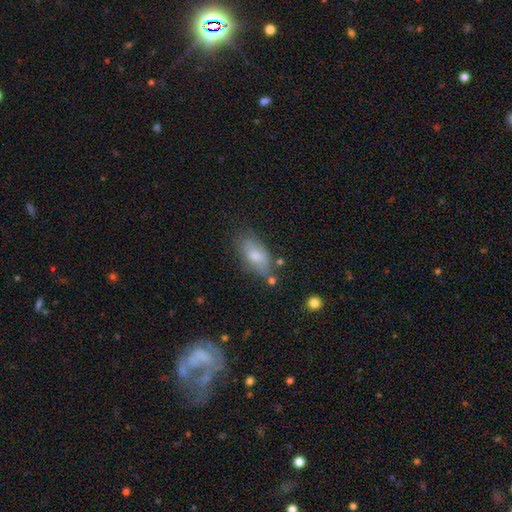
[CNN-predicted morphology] Smooth or featured? smooth (75%)
How rounded? in between (88%)
Merging? none (68%)